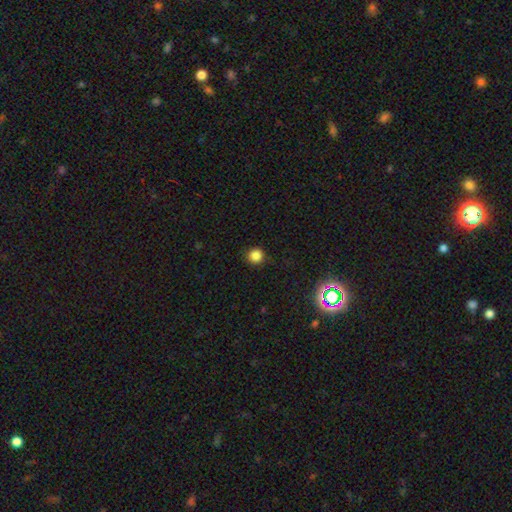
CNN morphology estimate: Smooth or featured?
  - smooth: 84% *
  - star or artifact: 12%
  - featured or disk: 4%
How rounded?
  - round: 94% *
  - in between: 5%
  - cigar-shaped: 1%
Merging?
  - none: 88% *
  - minor disturbance: 8%
  - major disturbance: 2%
  - merger: 1%